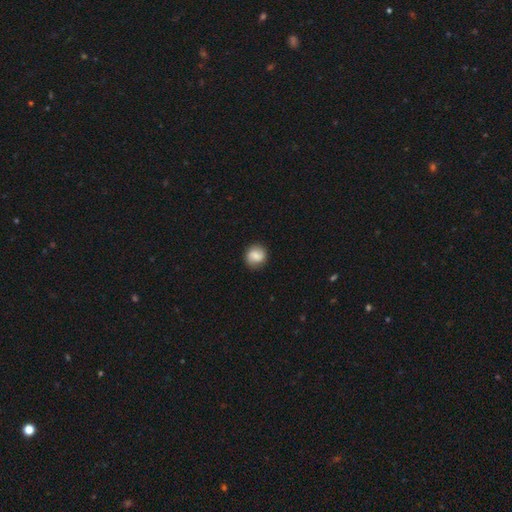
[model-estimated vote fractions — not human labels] This is likely a smooth galaxy (72%). How rounded: clearly round (87%). Merging: clearly none (85%).